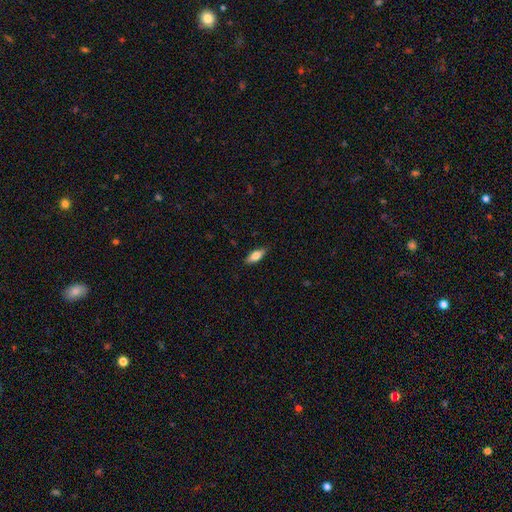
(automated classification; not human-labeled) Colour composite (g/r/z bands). It shows a smooth galaxy with no disk features (74%) that is in between round and cigar-shaped (77%). Merging: none (85%).